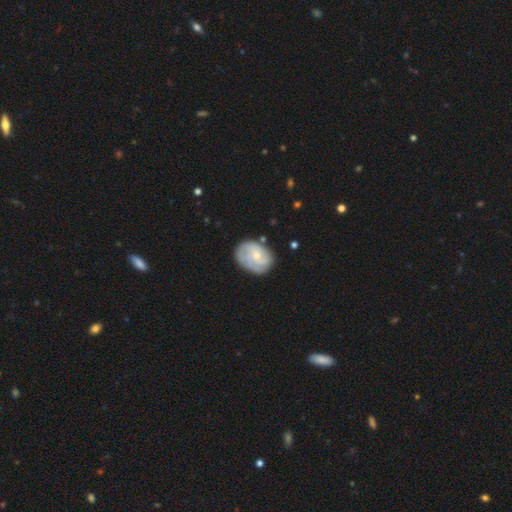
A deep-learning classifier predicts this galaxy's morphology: A featured or disk galaxy (69%) with no bar (74%), tight (62%) spiral arms (89%) and a small central bulge (62%). Merging: none (69%).